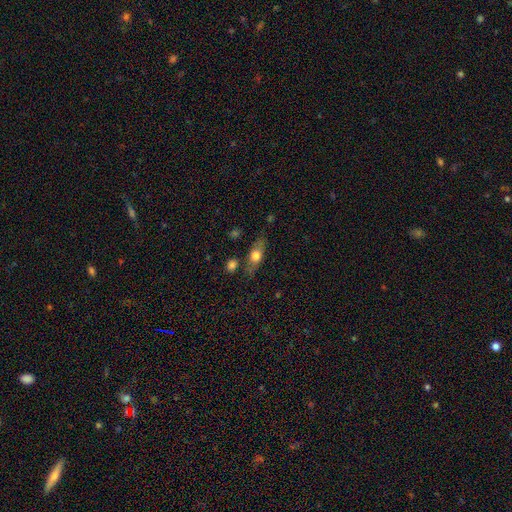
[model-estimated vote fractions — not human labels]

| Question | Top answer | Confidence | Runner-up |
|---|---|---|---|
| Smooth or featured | smooth | 59% | featured or disk (34%) |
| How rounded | in between | 55% | cigar-shaped (37%) |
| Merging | none | 73% | minor disturbance (16%) |